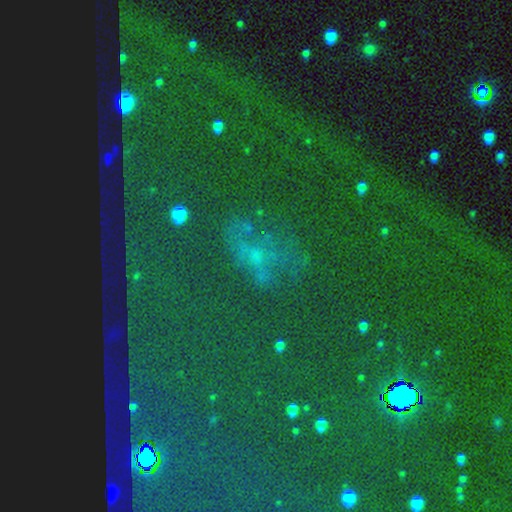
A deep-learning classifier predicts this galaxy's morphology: Smooth or featured? Predicted: star or artifact (p=0.62).